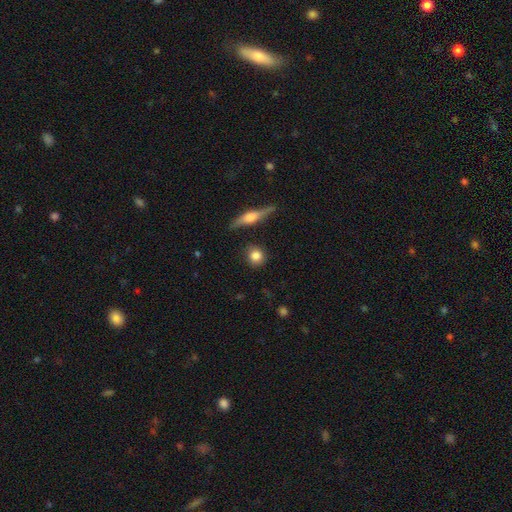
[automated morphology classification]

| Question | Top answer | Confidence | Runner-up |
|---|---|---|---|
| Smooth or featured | smooth | 81% | featured or disk (11%) |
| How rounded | round | 87% | in between (10%) |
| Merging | none | 85% | minor disturbance (9%) |